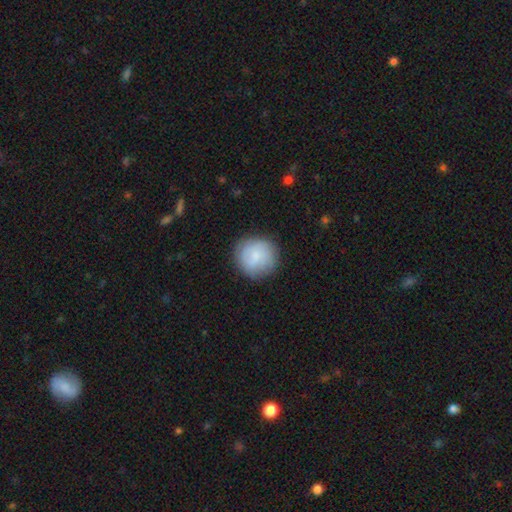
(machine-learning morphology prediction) smooth 73%, featured or disk 20%, star or artifact 7%. Down the decision tree: how rounded — round (92%); merging — none (80%).